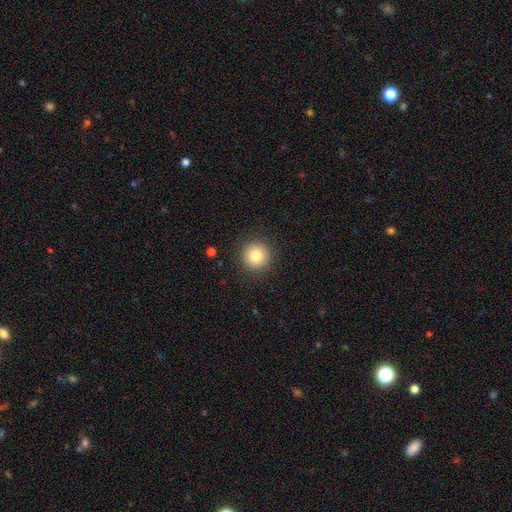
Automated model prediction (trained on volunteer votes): Smooth or featured? Predicted: smooth (p=0.82). How rounded? Predicted: round (p=0.95). Merging? Predicted: none (p=0.91).